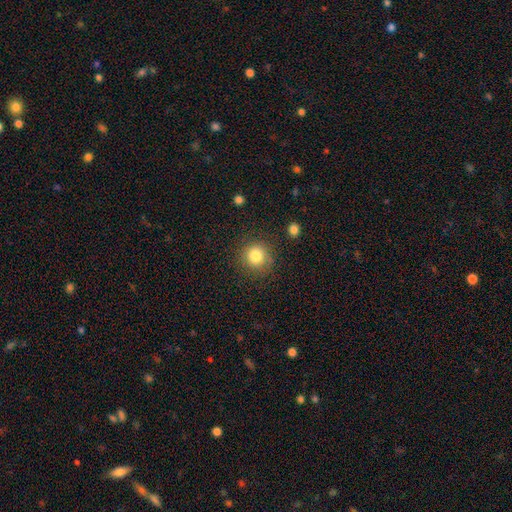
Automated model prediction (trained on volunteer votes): Smooth or featured?
  - smooth: 82% *
  - star or artifact: 11%
  - featured or disk: 7%
How rounded?
  - round: 92% *
  - in between: 7%
  - cigar-shaped: 1%
Merging?
  - none: 85% *
  - minor disturbance: 9%
  - major disturbance: 4%
  - merger: 2%